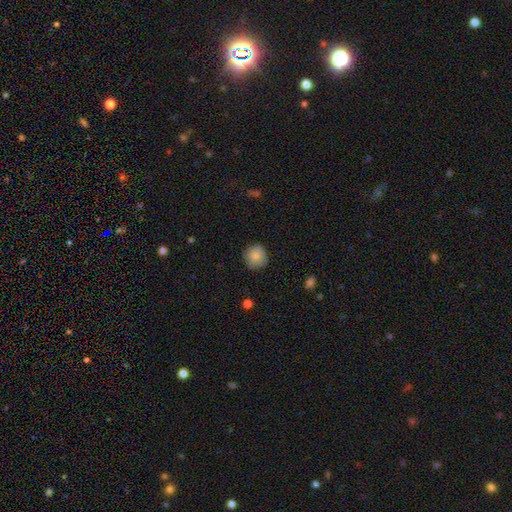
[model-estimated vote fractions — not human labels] smooth_or_featured: smooth (p=0.82) [alt: featured or disk p=0.10]
how_rounded: round (p=0.93) [alt: in between p=0.06]
merging: none (p=0.82) [alt: minor disturbance p=0.14]